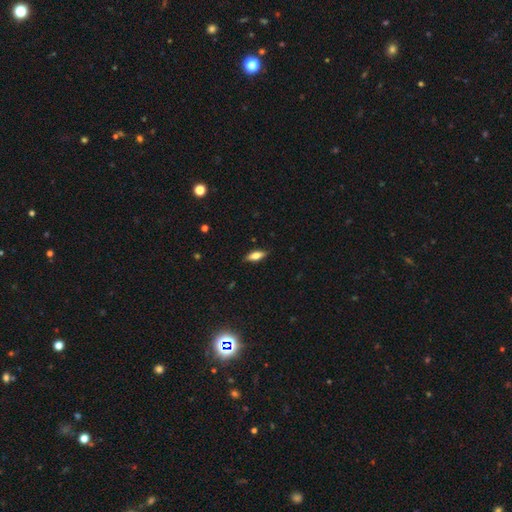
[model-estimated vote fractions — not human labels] smooth_or_featured: smooth (p=0.71) [alt: featured or disk p=0.21]
how_rounded: in between (p=0.70) [alt: cigar-shaped p=0.27]
merging: none (p=0.86) [alt: minor disturbance p=0.10]